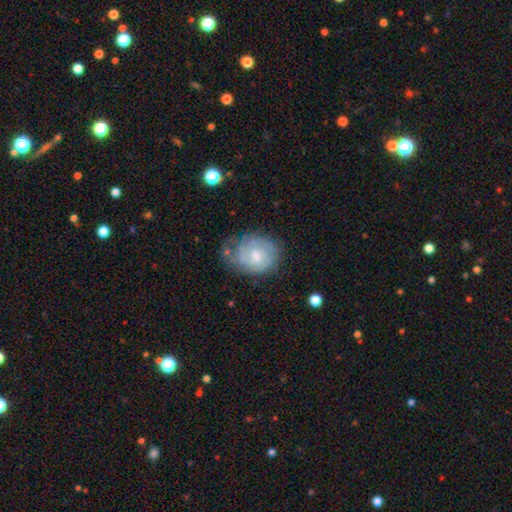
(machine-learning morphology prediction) Smooth or featured? featured or disk (70%)
Edge-on disk? no (97%)
Bar? weak (50%)
Spiral arms? yes (87%)
Spiral winding? tight (61%)
Spiral arm count? 2 (39%)
Bulge size? moderate (44%)
Merging? none (58%)